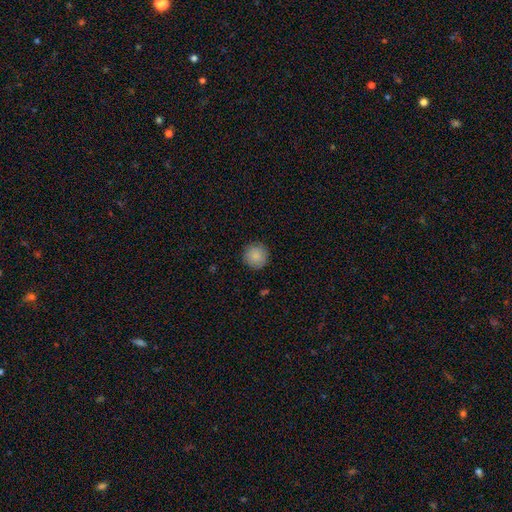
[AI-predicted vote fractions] A smooth galaxy with no disk features (87%) that is round (95%).

Vote fractions:
- Smooth or featured? smooth: 87% / star or artifact: 7% / featured or disk: 6%
- How rounded? round: 95% / in between: 5% / cigar-shaped: 1%
- Merging? none: 89% / minor disturbance: 8% / major disturbance: 2% / merger: 1%